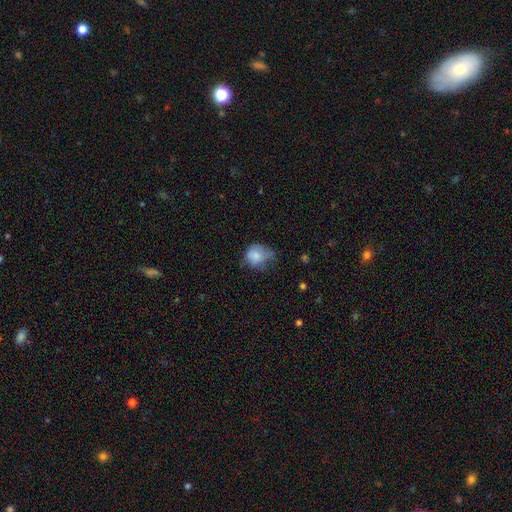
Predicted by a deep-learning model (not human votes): smooth 75%, featured or disk 15%, star or artifact 10%. Down the decision tree: how rounded — round (61%); merging — minor disturbance (39%).